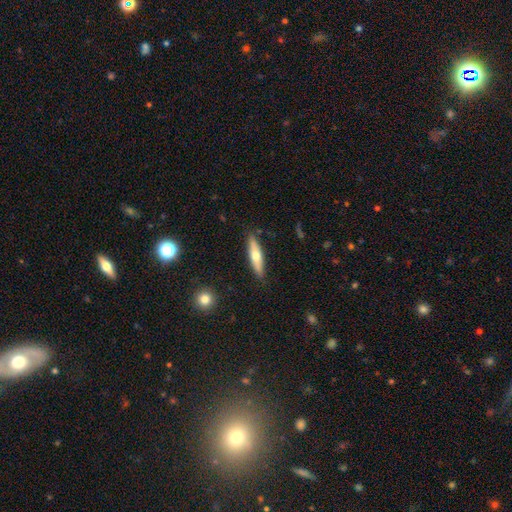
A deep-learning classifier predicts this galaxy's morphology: Smooth or featured? Predicted: smooth (p=0.52). How rounded? Predicted: cigar-shaped (p=0.76). Merging? Predicted: none (p=0.87).